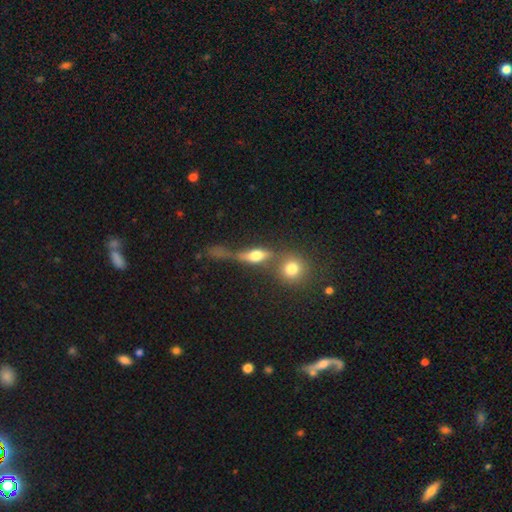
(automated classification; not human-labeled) A smooth galaxy with no disk features (52%) that is in between round and cigar-shaped (49%).

Vote fractions:
- Smooth or featured? smooth: 52% / featured or disk: 34% / star or artifact: 13%
- How rounded? in between: 49% / cigar-shaped: 28% / round: 23%
- Merging? merger: 37% / none: 36% / major disturbance: 14% / minor disturbance: 14%